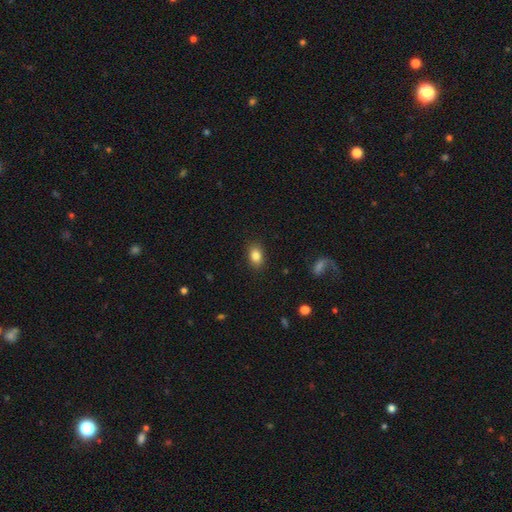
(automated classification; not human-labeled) This is clearly a smooth galaxy (85%). How rounded: likely in between (79%). Merging: clearly none (88%).